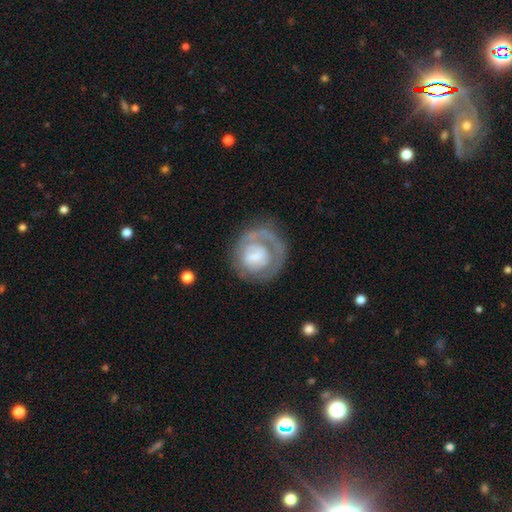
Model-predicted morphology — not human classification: This appears to be a featured or disk galaxy (64%) with no bar (59%), spiral arms (60%) and a small central bulge (34%). Merging: none (56%).